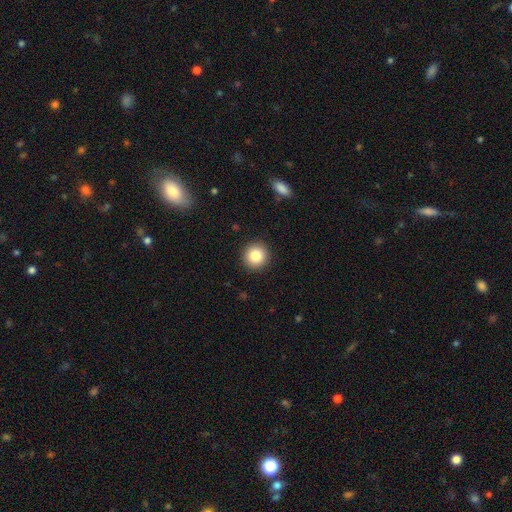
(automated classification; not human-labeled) Overall: smooth (85%). How rounded: round (94%). Merging: none (92%).